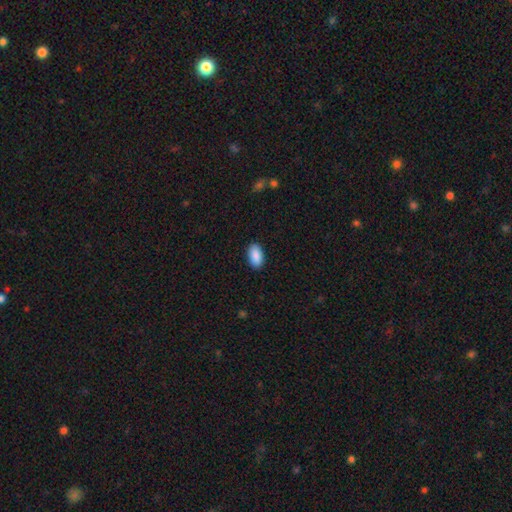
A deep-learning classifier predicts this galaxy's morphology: Smooth or featured? Predicted: smooth (p=0.91). How rounded? Predicted: in between (p=0.95). Merging? Predicted: none (p=0.90).